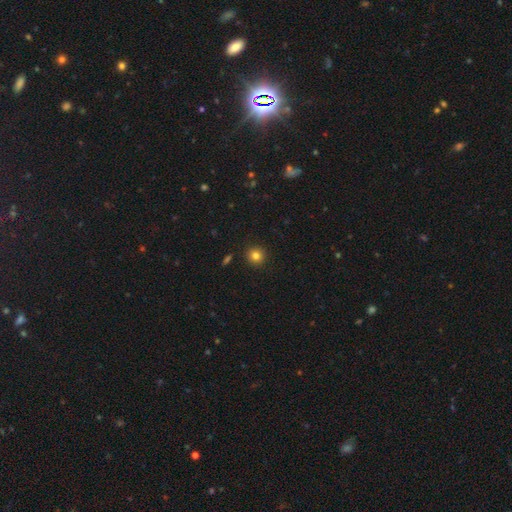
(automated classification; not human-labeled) The model was most divided on "smooth or featured": smooth: 82%, star or artifact: 12%, featured or disk: 6%. More confident: how rounded — round (93%); merging — none (92%).